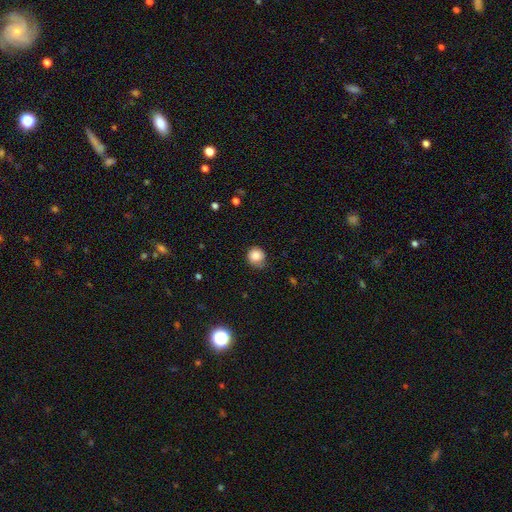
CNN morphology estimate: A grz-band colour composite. It shows a smooth galaxy with no disk features (85%) that is round (87%). Merging: none (69%).